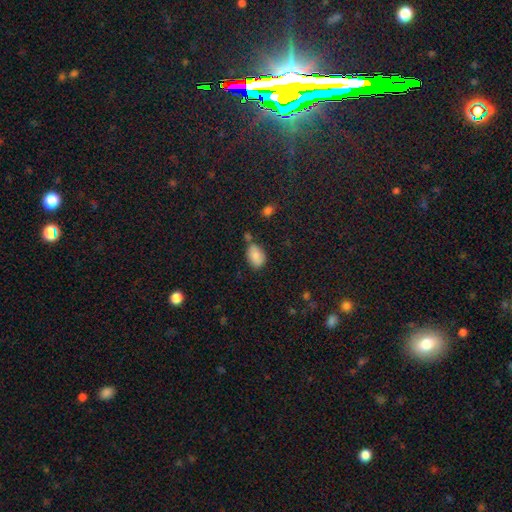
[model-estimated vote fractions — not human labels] Smooth or featured?
  - smooth: 84% *
  - star or artifact: 8%
  - featured or disk: 8%
How rounded?
  - in between: 85% *
  - round: 14%
  - cigar-shaped: 1%
Merging?
  - none: 64% *
  - minor disturbance: 21%
  - merger: 11%
  - major disturbance: 5%